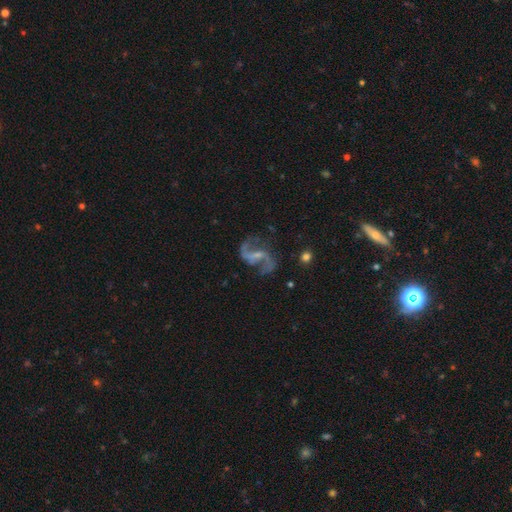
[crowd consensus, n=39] Morphology: type=featured or disk (95%); edge-on=no (97%); bar=weak (61%); spiral arms=yes (100%); winding=loose (56%); arm count=2 (97%); bulge=small (58%); merging=none (59%).